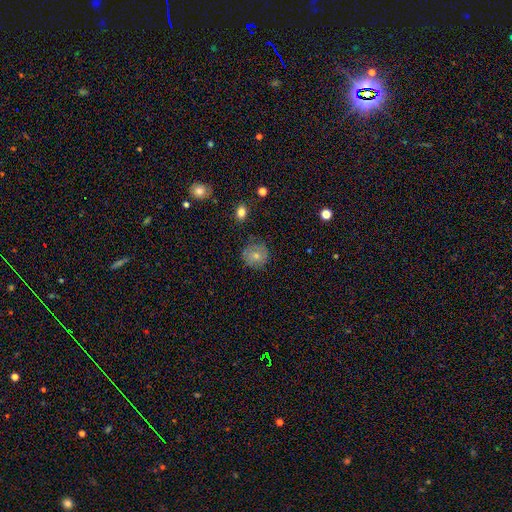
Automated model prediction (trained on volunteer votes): A smooth galaxy with no disk features (63%) that is round (86%).

Vote fractions:
- Smooth or featured? smooth: 63% / featured or disk: 27% / star or artifact: 10%
- How rounded? round: 86% / in between: 13% / cigar-shaped: 1%
- Merging? none: 73% / minor disturbance: 19% / major disturbance: 6% / merger: 2%